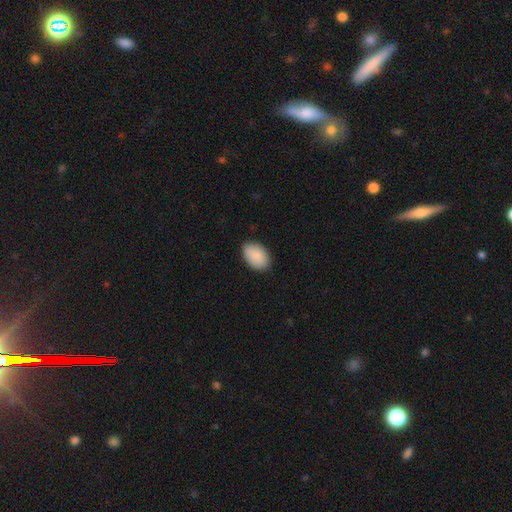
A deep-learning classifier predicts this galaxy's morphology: This appears to be a smooth galaxy with no disk features (89%) that is in between round and cigar-shaped (89%). Merging: none (86%).